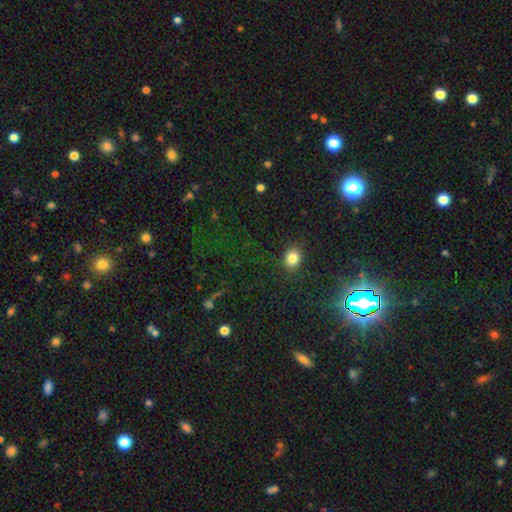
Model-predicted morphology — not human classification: star or artifact 66%, smooth 26%, featured or disk 7%.